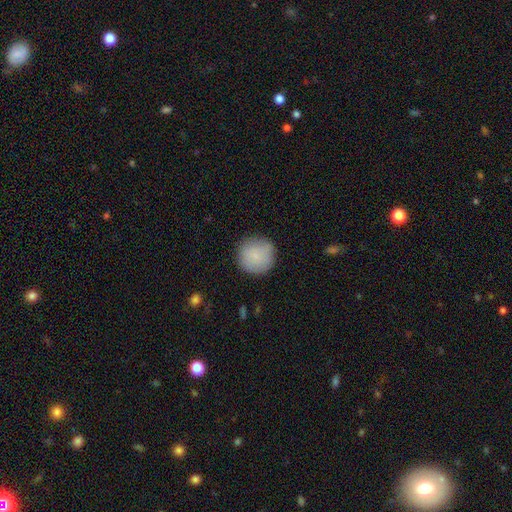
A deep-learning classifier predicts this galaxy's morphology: This is clearly a smooth galaxy (86%). How rounded: clearly round (95%). Merging: clearly none (85%).